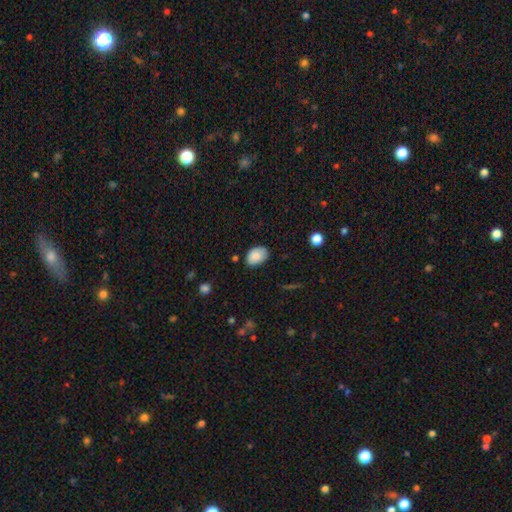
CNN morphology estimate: Smooth or featured? Predicted: smooth (p=0.87). How rounded? Predicted: in between (p=0.84). Merging? Predicted: none (p=0.78).